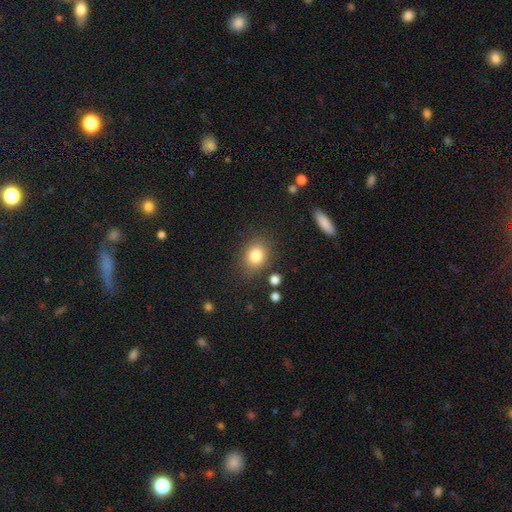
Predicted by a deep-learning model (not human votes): smooth_or_featured: smooth (p=0.82) [alt: star or artifact p=0.10]
how_rounded: round (p=0.51) [alt: in between p=0.48]
merging: none (p=0.81) [alt: minor disturbance p=0.12]